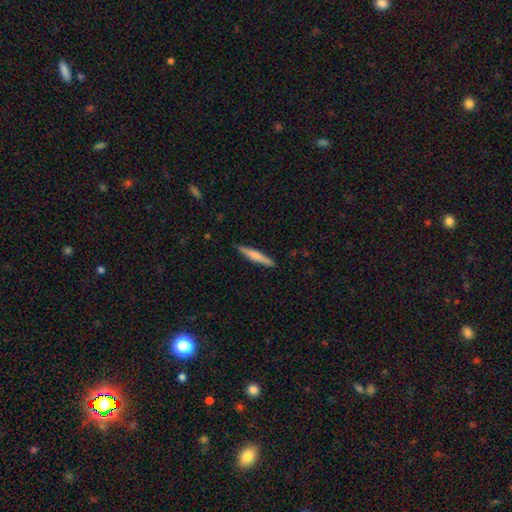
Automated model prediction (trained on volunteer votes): Smooth or featured? smooth (65%)
How rounded? cigar-shaped (94%)
Merging? none (90%)